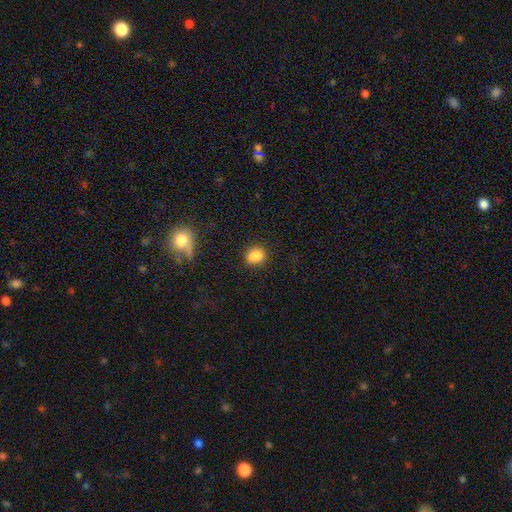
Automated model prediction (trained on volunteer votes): smooth_or_featured: smooth (p=0.81) [alt: star or artifact p=0.11]
how_rounded: round (p=0.68) [alt: in between p=0.31]
merging: none (p=0.64) [alt: minor disturbance p=0.17]